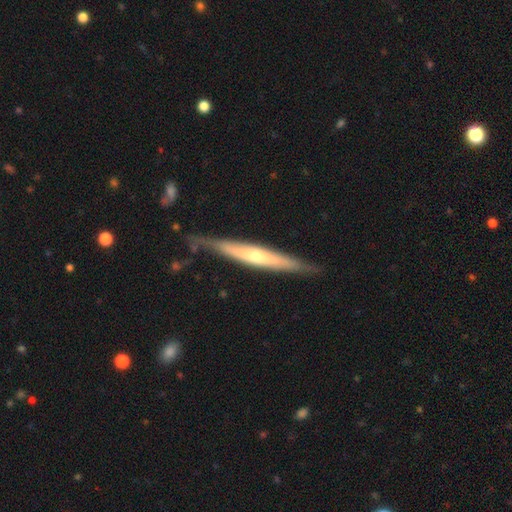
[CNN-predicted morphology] Overall: featured or disk (63%; smooth 31%). Edge-on disk: yes (91%). Edge-on bulge: rounded (68%). Merging: none (77%).